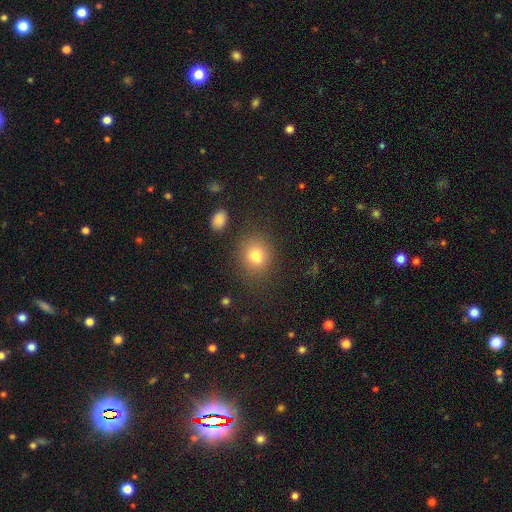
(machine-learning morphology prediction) A smooth galaxy with no disk features (79%) that is round (68%).

Vote fractions:
- Smooth or featured? smooth: 79% / star or artifact: 13% / featured or disk: 8%
- How rounded? round: 68% / in between: 31% / cigar-shaped: 1%
- Merging? none: 81% / minor disturbance: 11% / major disturbance: 4% / merger: 4%